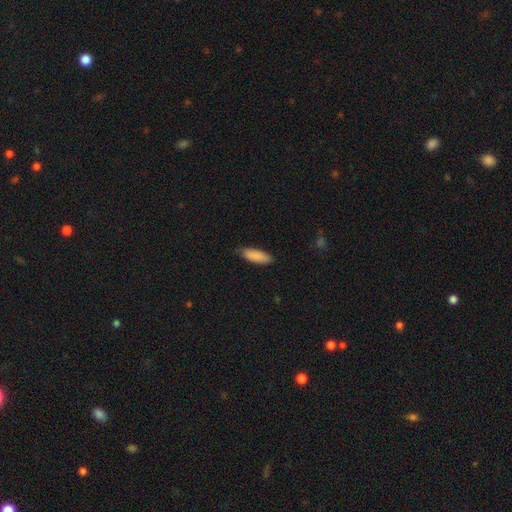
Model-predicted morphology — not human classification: A smooth galaxy with no disk features (89%) that is in between round and cigar-shaped (60%).

Vote fractions:
- Smooth or featured? smooth: 89% / star or artifact: 6% / featured or disk: 5%
- How rounded? in between: 60% / cigar-shaped: 38% / round: 2%
- Merging? none: 81% / minor disturbance: 15% / major disturbance: 2% / merger: 1%